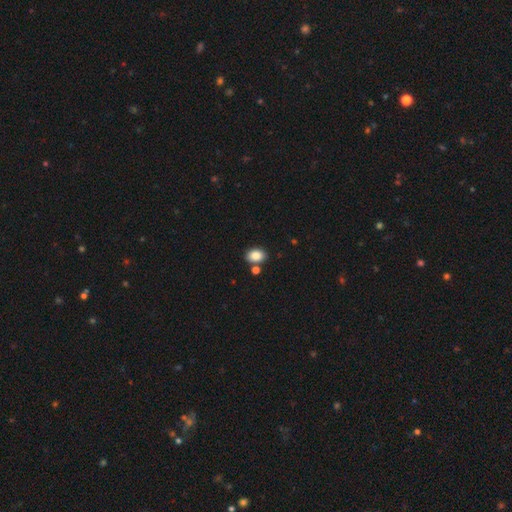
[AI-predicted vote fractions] Smooth or featured?
  - smooth: 86% *
  - star or artifact: 9%
  - featured or disk: 5%
How rounded?
  - in between: 76% *
  - round: 23%
  - cigar-shaped: 1%
Merging?
  - none: 76% *
  - merger: 11%
  - minor disturbance: 10%
  - major disturbance: 3%